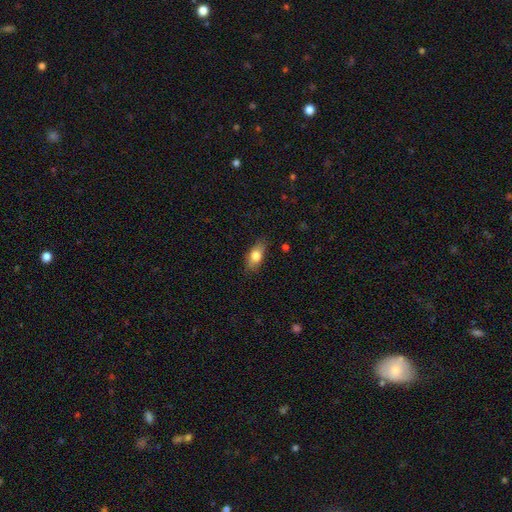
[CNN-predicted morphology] smooth 77%, featured or disk 15%, star or artifact 7%. Down the decision tree: how rounded — in between (84%); merging — none (79%).